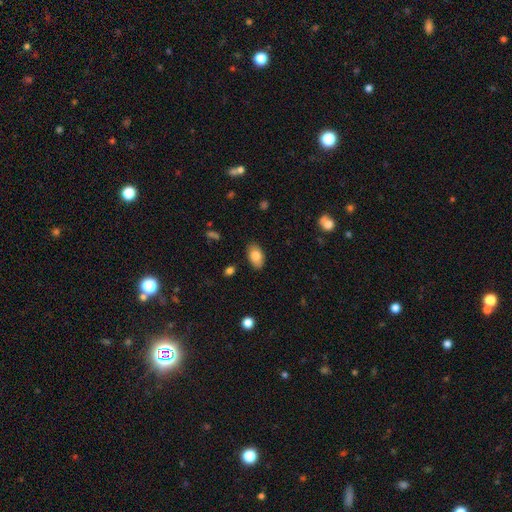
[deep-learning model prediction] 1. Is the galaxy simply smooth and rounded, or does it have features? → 84% smooth, 9% featured or disk, 7% star or artifact.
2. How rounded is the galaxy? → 92% in between, 6% round, 1% cigar-shaped.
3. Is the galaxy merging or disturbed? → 86% none, 11% minor disturbance, 2% major disturbance, 1% merger.